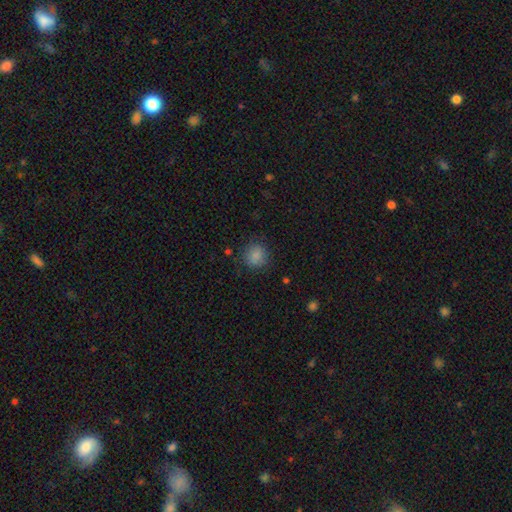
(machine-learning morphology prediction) Smooth or featured?
  - smooth: 85% *
  - star or artifact: 11%
  - featured or disk: 4%
How rounded?
  - round: 85% *
  - in between: 14%
  - cigar-shaped: 1%
Merging?
  - none: 82% *
  - minor disturbance: 12%
  - major disturbance: 4%
  - merger: 1%